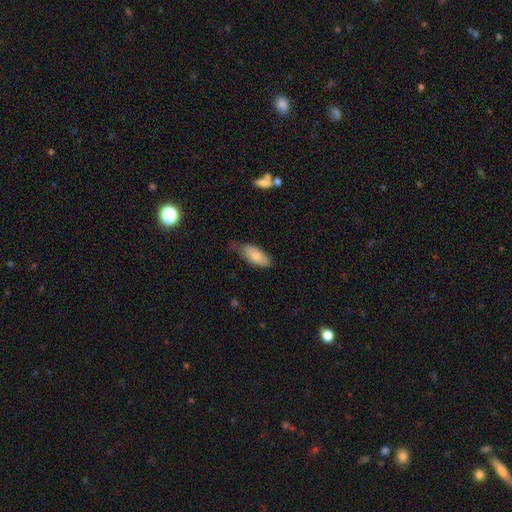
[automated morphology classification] The model was most divided on "merging": none: 46%, minor disturbance: 41%, major disturbance: 11%, merger: 2%. More confident: how rounded — in between (84%); smooth or featured — smooth (80%).